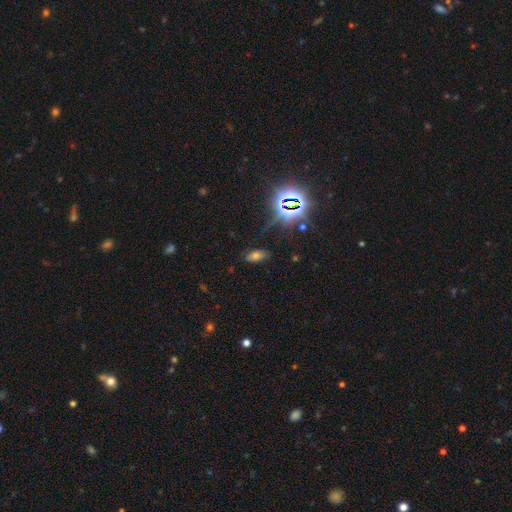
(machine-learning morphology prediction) smooth_or_featured: smooth (p=0.55) [alt: star or artifact p=0.32]
how_rounded: in between (p=0.89) [alt: cigar-shaped p=0.06]
merging: none (p=0.79) [alt: minor disturbance p=0.13]